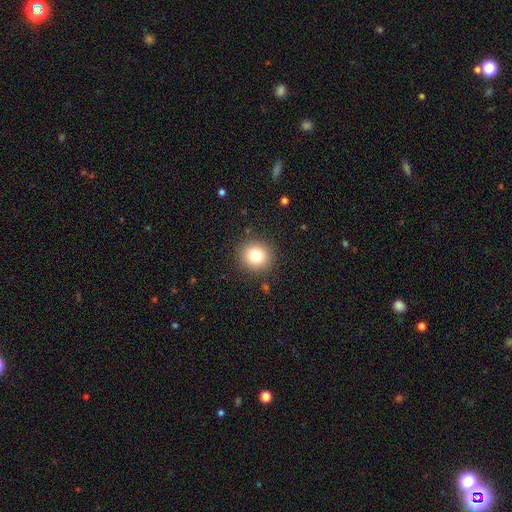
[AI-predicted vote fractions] Overall: smooth (80%). How rounded: round (91%). Merging: none (89%).